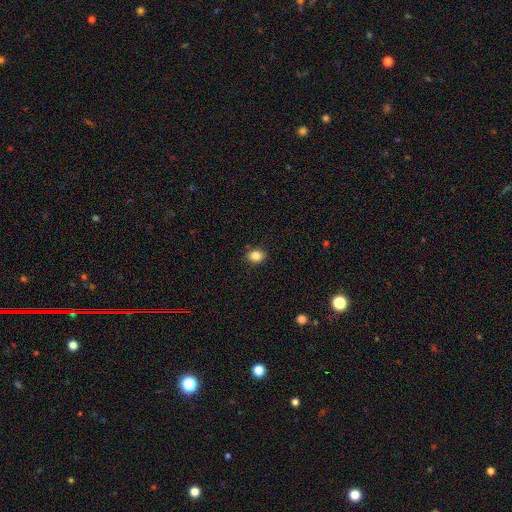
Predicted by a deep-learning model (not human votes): Q: Smooth or featured?
A: smooth (85%); runner-up: star or artifact (10%)
Q: How rounded?
A: in between (54%); runner-up: round (45%)
Q: Merging?
A: none (87%); runner-up: minor disturbance (10%)